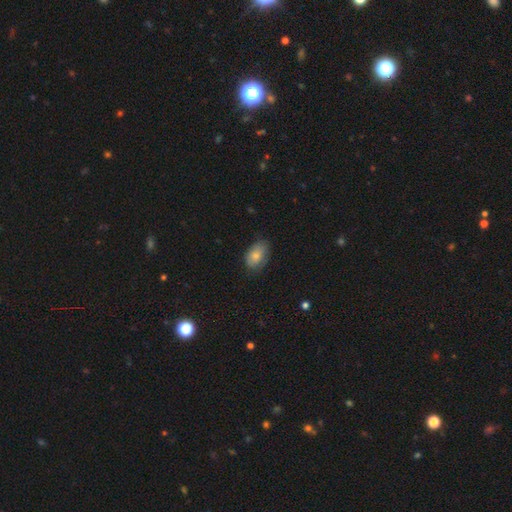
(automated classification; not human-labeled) smooth_or_featured: smooth (p=0.79) [alt: featured or disk p=0.14]
how_rounded: in between (p=0.88) [alt: round p=0.10]
merging: none (p=0.69) [alt: minor disturbance p=0.25]